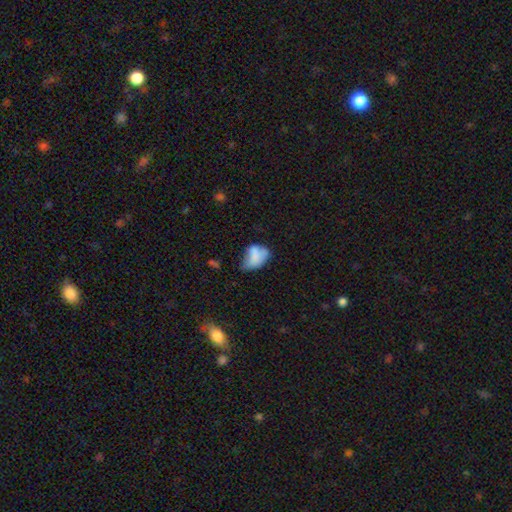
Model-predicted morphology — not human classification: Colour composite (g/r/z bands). It shows a smooth galaxy with no disk features (70%) that is in between round and cigar-shaped (83%). Merging: minor disturbance (40%).